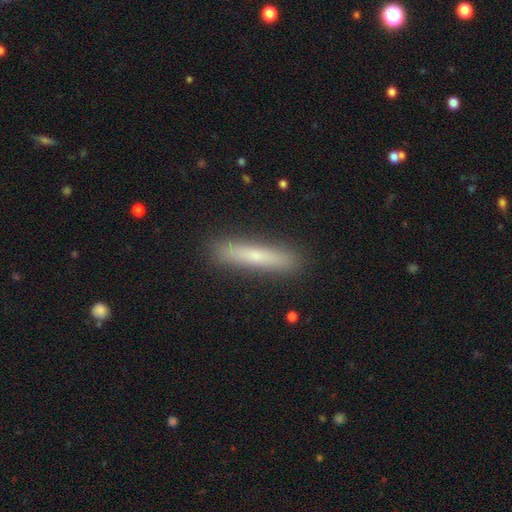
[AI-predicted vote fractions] Smooth or featured? smooth (65%)
How rounded? cigar-shaped (92%)
Merging? none (91%)